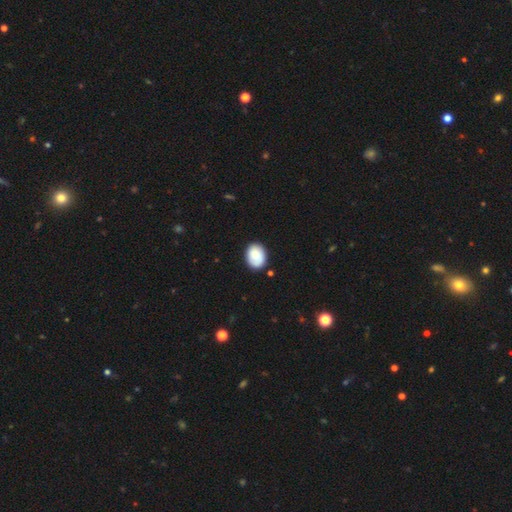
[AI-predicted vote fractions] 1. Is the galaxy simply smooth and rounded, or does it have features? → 82% smooth, 11% featured or disk, 7% star or artifact.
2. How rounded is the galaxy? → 65% in between, 34% round, 1% cigar-shaped.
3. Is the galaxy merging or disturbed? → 82% none, 14% minor disturbance, 3% major disturbance, 2% merger.